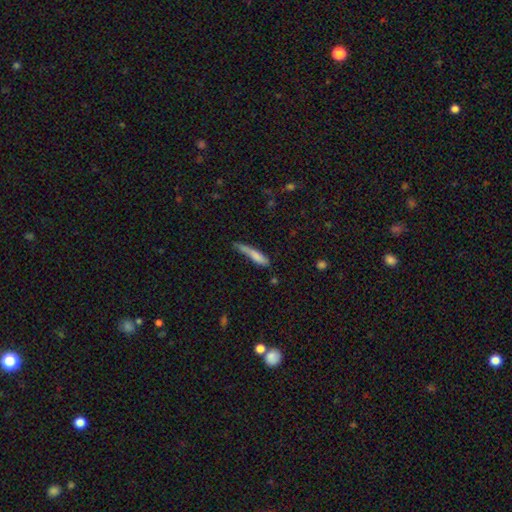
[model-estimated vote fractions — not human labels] Smooth or featured? Predicted: smooth (p=0.75). How rounded? Predicted: cigar-shaped (p=0.85). Merging? Predicted: none (p=0.44).